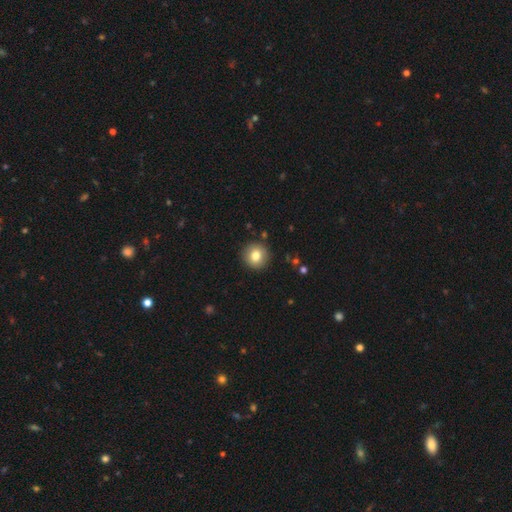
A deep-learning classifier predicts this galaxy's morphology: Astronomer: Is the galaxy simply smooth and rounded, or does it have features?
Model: smooth — 80%.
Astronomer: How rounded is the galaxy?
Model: round — 94%.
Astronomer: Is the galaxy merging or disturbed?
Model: none — 91%.